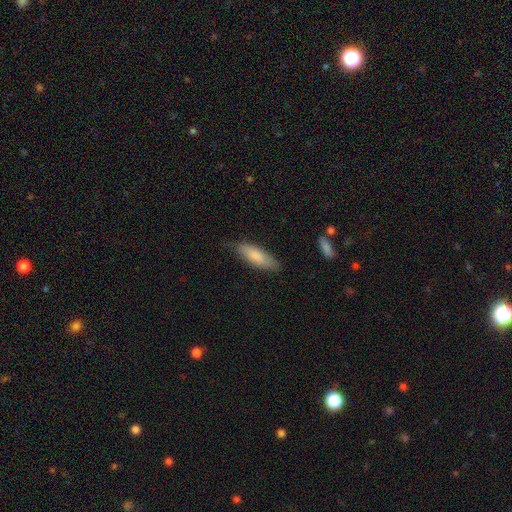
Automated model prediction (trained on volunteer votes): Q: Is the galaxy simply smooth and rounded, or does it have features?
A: smooth — 82%.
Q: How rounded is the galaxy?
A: in between — 52%.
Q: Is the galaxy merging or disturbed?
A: none — 74%.